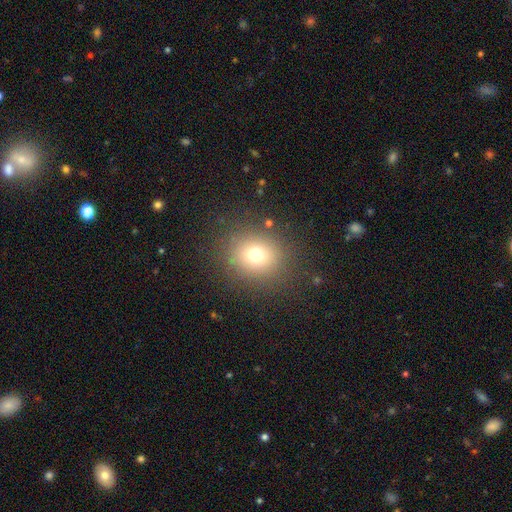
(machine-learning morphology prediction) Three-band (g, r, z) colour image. It shows a smooth galaxy with no disk features (73%) that is round (76%). Merging: none (87%).